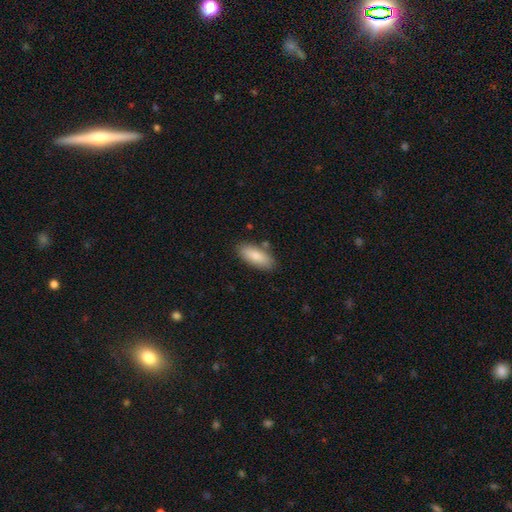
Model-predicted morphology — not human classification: Smooth or featured? Predicted: smooth (p=0.82). How rounded? Predicted: in between (p=0.81). Merging? Predicted: none (p=0.81).